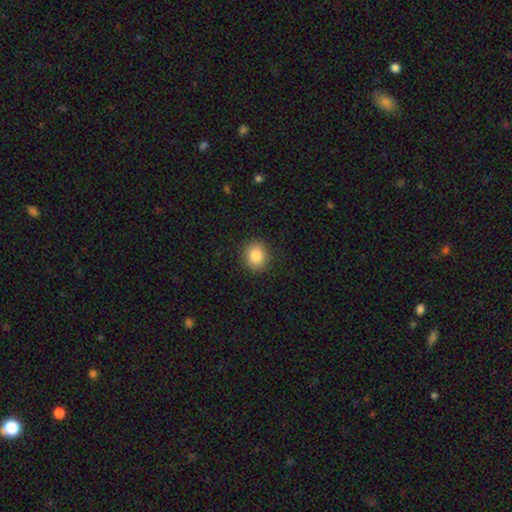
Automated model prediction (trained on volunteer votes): A smooth galaxy with no disk features (86%) that is round (80%).

Vote fractions:
- Smooth or featured? smooth: 86% / star or artifact: 9% / featured or disk: 5%
- How rounded? round: 80% / in between: 19% / cigar-shaped: 1%
- Merging? none: 90% / minor disturbance: 7% / major disturbance: 2% / merger: 1%